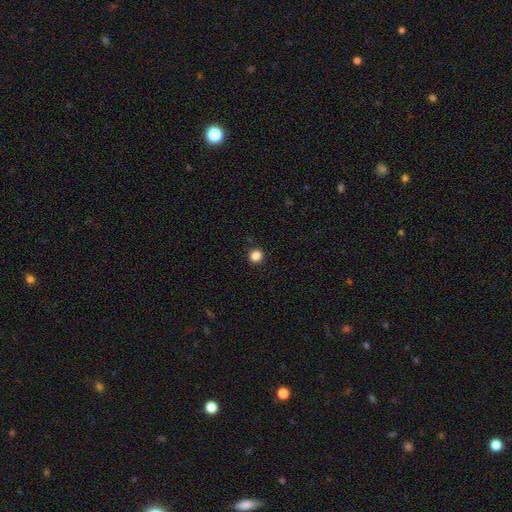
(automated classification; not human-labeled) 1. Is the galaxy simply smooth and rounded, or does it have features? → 85% smooth, 12% star or artifact, 3% featured or disk.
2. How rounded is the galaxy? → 92% round, 7% in between, 1% cigar-shaped.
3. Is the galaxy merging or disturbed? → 93% none, 5% minor disturbance, 2% major disturbance, 1% merger.